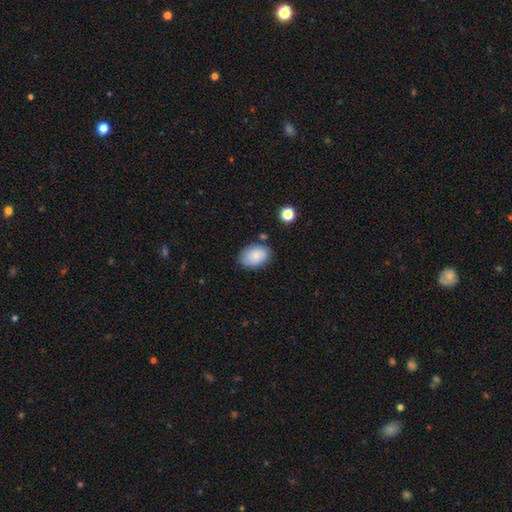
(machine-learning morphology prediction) Smooth or featured?
  - smooth: 79% *
  - featured or disk: 14%
  - star or artifact: 7%
How rounded?
  - in between: 82% *
  - round: 17%
  - cigar-shaped: 1%
Merging?
  - none: 74% *
  - minor disturbance: 18%
  - major disturbance: 4%
  - merger: 4%